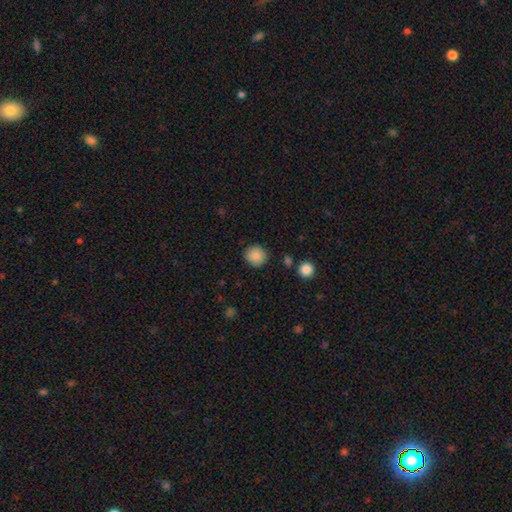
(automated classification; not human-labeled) The model was most divided on "smooth or featured": smooth: 87%, star or artifact: 9%, featured or disk: 4%. More confident: how rounded — round (93%); merging — none (89%).